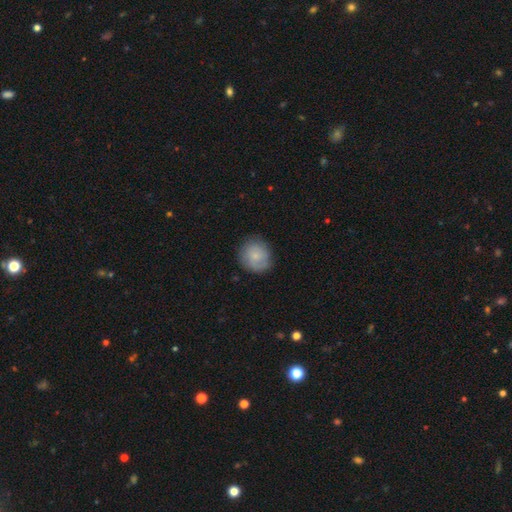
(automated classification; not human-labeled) A smooth galaxy with no disk features (79%) that is round (87%).

Vote fractions:
- Smooth or featured? smooth: 79% / featured or disk: 14% / star or artifact: 7%
- How rounded? round: 87% / in between: 12% / cigar-shaped: 1%
- Merging? none: 81% / minor disturbance: 15% / major disturbance: 3% / merger: 1%